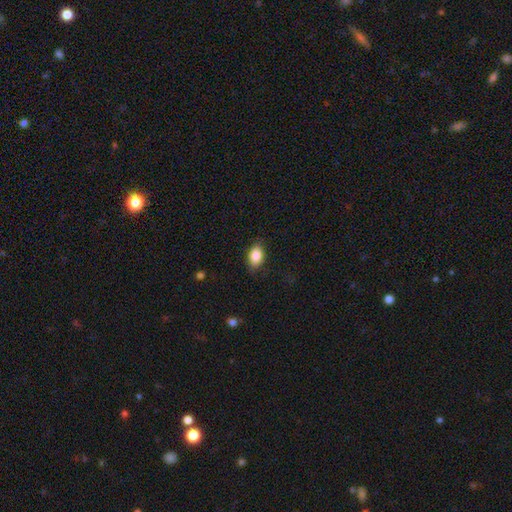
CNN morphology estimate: The model was most divided on "merging": none: 84%, minor disturbance: 12%, major disturbance: 3%, merger: 1%. More confident: how rounded — in between (88%); smooth or featured — smooth (86%).